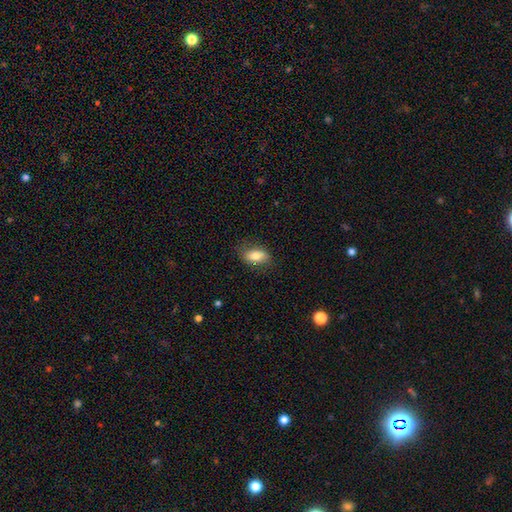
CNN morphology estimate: smooth-or-featured: smooth: 74% | featured or disk: 19% | star or artifact: 7%
  how-rounded: in between: 86% | round: 8% | cigar-shaped: 6%
  merging: none: 79% | minor disturbance: 16% | major disturbance: 4% | merger: 1%